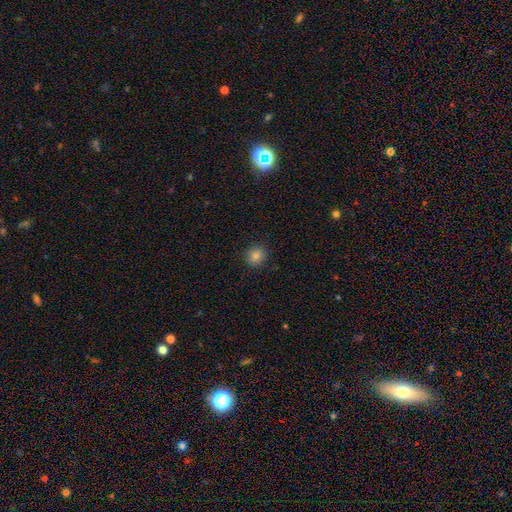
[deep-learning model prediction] This is clearly a smooth galaxy (81%). How rounded: clearly round (86%). Merging: clearly none (89%).